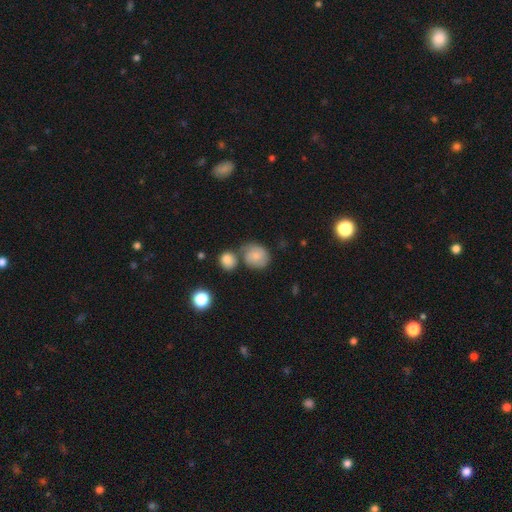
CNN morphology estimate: smooth-or-featured: smooth: 57% | featured or disk: 34% | star or artifact: 9%
  how-rounded: round: 68% | in between: 31% | cigar-shaped: 1%
  merging: none: 44% | merger: 27% | minor disturbance: 20% | major disturbance: 8%